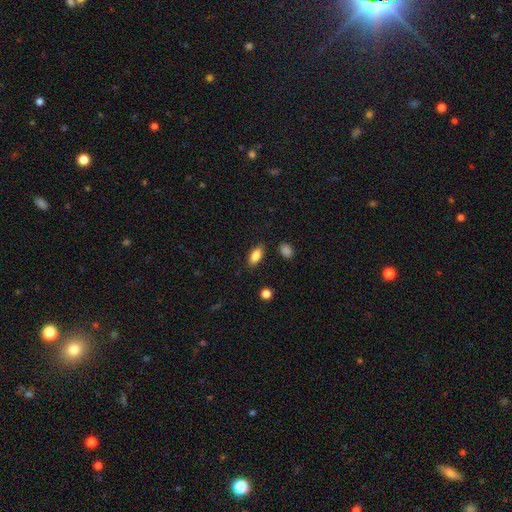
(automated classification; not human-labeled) Smooth or featured?
  - smooth: 85% *
  - star or artifact: 8%
  - featured or disk: 7%
How rounded?
  - in between: 86% *
  - cigar-shaped: 10%
  - round: 3%
Merging?
  - none: 84% *
  - minor disturbance: 11%
  - major disturbance: 3%
  - merger: 2%